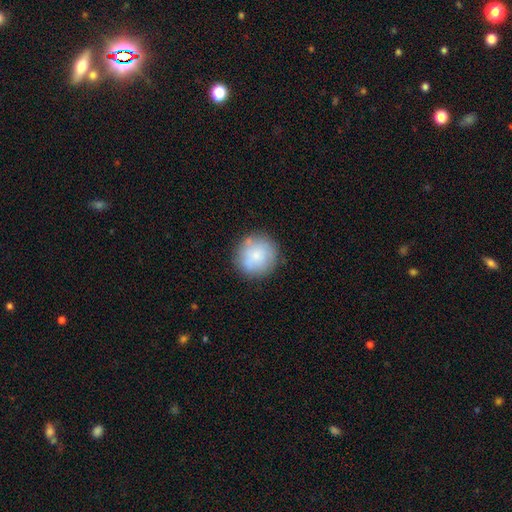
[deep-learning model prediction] The model was most divided on "smooth or featured": smooth: 74%, featured or disk: 18%, star or artifact: 8%. More confident: how rounded — round (92%); merging — none (78%).